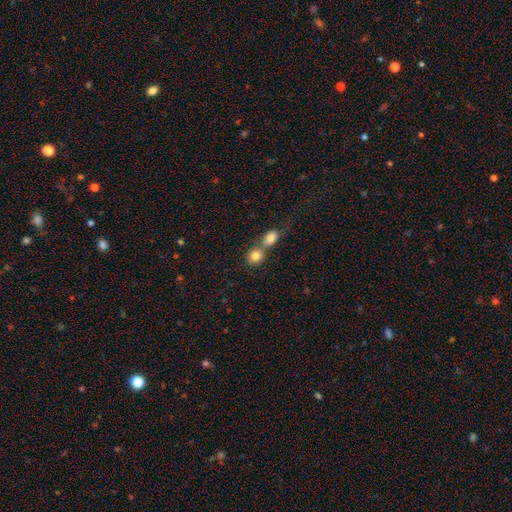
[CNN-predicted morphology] Q: Smooth or featured?
A: smooth (83%); runner-up: star or artifact (10%)
Q: How rounded?
A: round (74%); runner-up: in between (25%)
Q: Merging?
A: merger (52%); runner-up: none (39%)